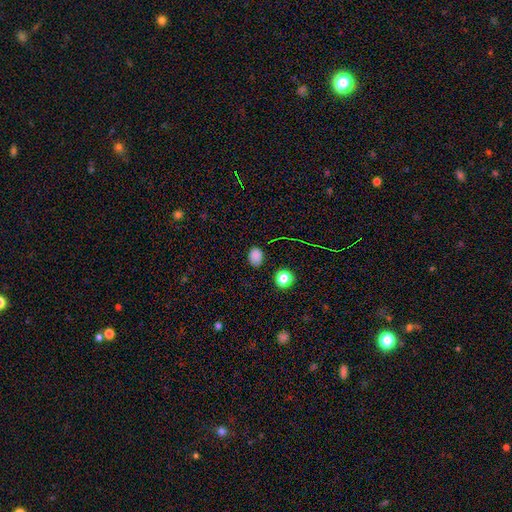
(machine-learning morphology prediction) Smooth or featured?
  - smooth: 81% *
  - star or artifact: 15%
  - featured or disk: 4%
How rounded?
  - in between: 70% *
  - round: 29%
  - cigar-shaped: 1%
Merging?
  - none: 81% *
  - minor disturbance: 14%
  - major disturbance: 3%
  - merger: 2%